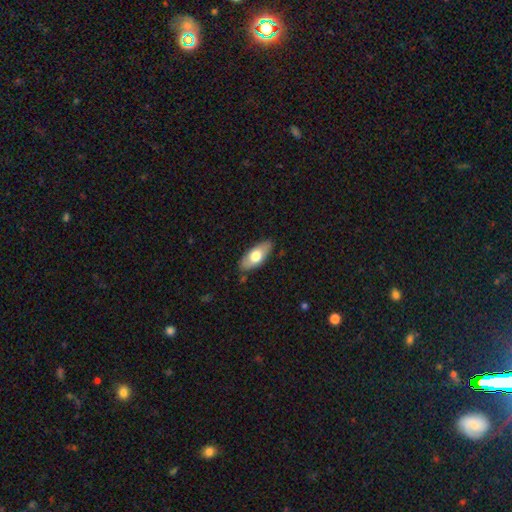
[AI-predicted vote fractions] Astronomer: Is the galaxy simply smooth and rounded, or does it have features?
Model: smooth — 65%.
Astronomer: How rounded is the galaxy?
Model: in between — 84%.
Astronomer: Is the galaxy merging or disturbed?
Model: none — 83%.